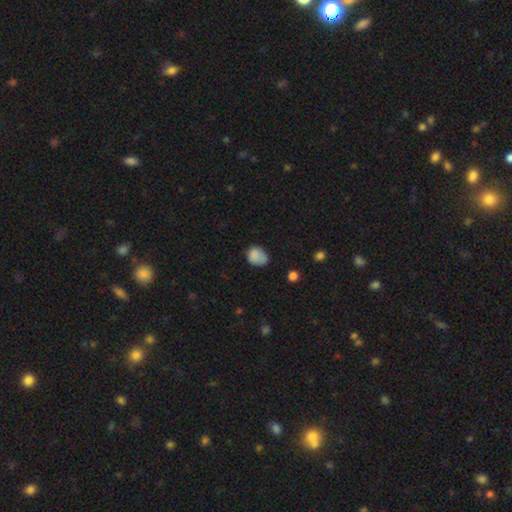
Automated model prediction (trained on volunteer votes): Smooth or featured? Predicted: smooth (p=0.82). How rounded? Predicted: in between (p=0.56). Merging? Predicted: none (p=0.50).